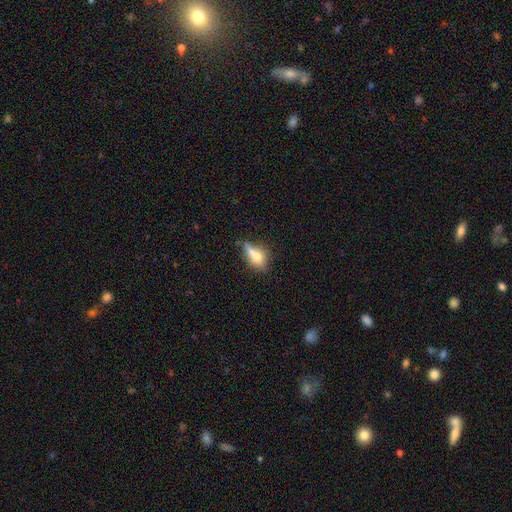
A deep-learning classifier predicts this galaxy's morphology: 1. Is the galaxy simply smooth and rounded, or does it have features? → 63% smooth, 26% featured or disk, 10% star or artifact.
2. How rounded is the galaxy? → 67% in between, 23% cigar-shaped, 10% round.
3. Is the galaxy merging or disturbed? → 44% none, 30% minor disturbance, 15% major disturbance, 11% merger.